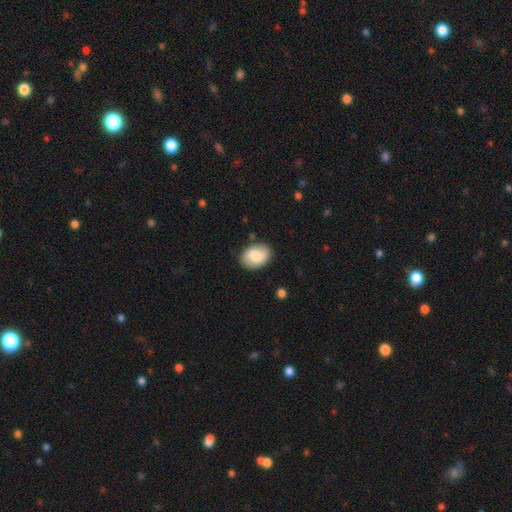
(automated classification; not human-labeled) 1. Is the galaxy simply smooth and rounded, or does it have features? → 75% smooth, 18% featured or disk, 7% star or artifact.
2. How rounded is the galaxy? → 72% in between, 27% round, 1% cigar-shaped.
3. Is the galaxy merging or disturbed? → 82% none, 13% minor disturbance, 3% major disturbance, 2% merger.